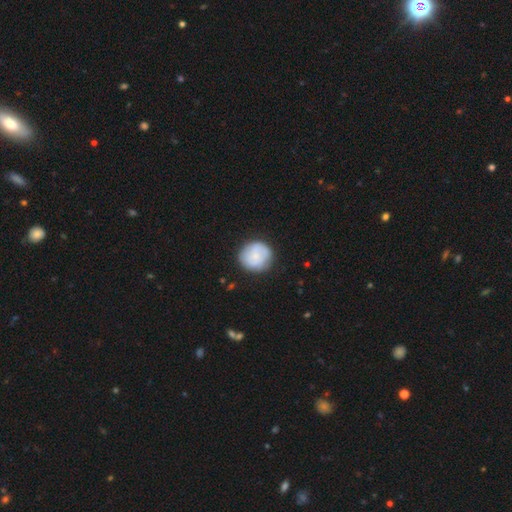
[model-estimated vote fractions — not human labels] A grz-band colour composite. It shows a smooth galaxy with no disk features (68%) that is round (89%). Merging: none (79%).